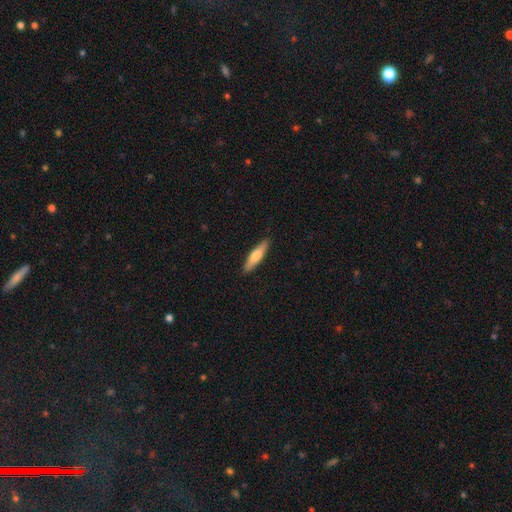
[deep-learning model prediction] A smooth galaxy with no disk features (68%) that is cigar-shaped (77%). Merging: none (89%).